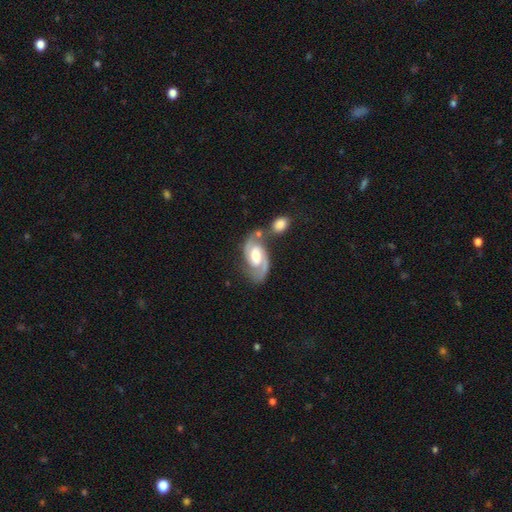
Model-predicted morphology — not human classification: This is clearly a featured or disk galaxy (87%). It is clearly not viewed edge-on (97%). Bar: marginally weak (44%). Spiral arm pattern: clearly yes (96%). Spiral arm count: clearly 2 (91%). Spiral winding: possibly medium (55%). Central bulge: likely moderate (63%). Merging: possibly none (52%).